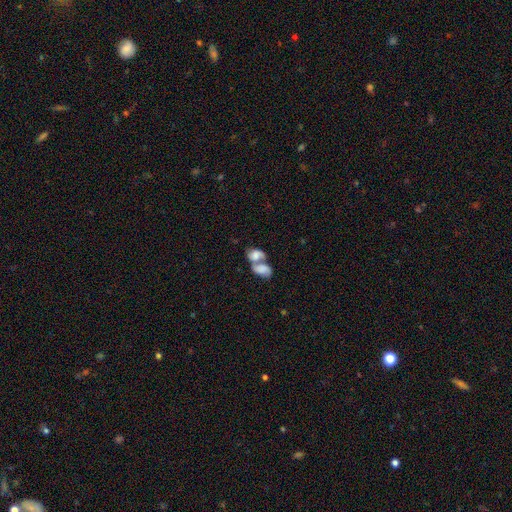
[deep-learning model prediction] The model was most divided on "smooth or featured": smooth: 67%, featured or disk: 25%, star or artifact: 8%. More confident: how rounded — in between (84%); merging — merger (76%).